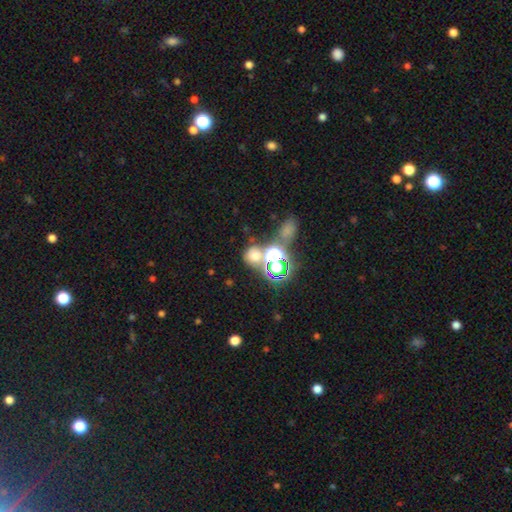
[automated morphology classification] The model was most divided on "smooth or featured": smooth: 50%, star or artifact: 39%, featured or disk: 11%. Remaining: how rounded — round (67%); merging — none (50%).